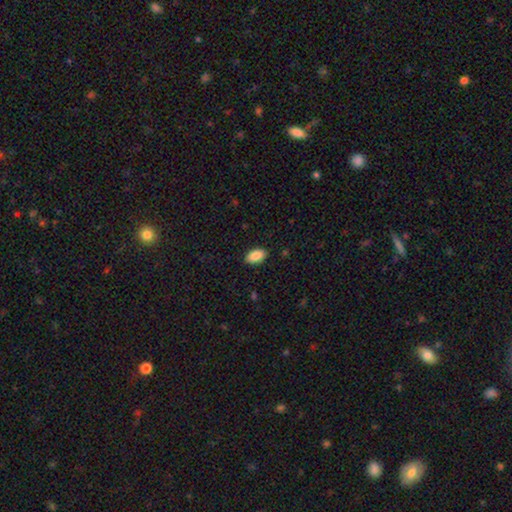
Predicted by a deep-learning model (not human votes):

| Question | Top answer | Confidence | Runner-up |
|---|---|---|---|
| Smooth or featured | smooth | 89% | star or artifact (7%) |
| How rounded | in between | 95% | round (3%) |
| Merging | none | 89% | minor disturbance (8%) |